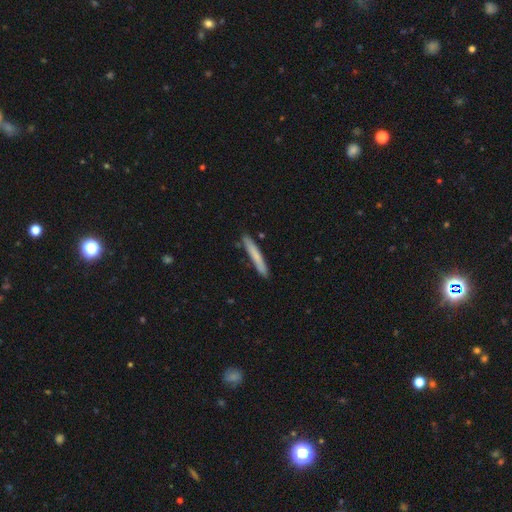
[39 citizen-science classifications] This appears to be a smooth galaxy with no disk features (72%) that is cigar-shaped (96%). Merging: none (100%).